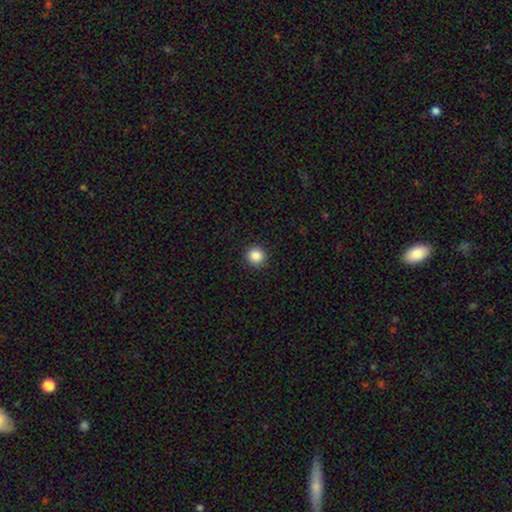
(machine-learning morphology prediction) type=smooth (86%); roundness=round (95%); merging=none (92%).